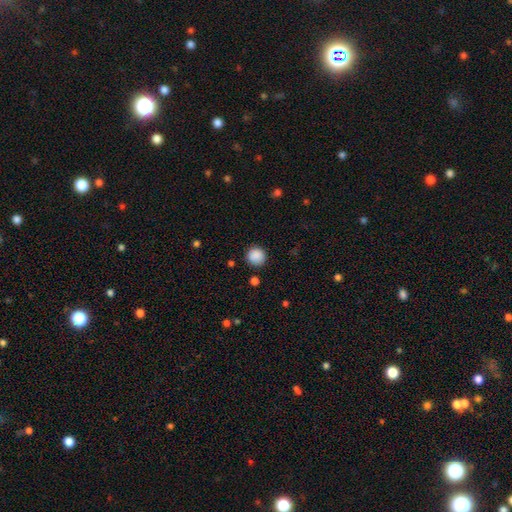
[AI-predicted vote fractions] Smooth or featured?
  - smooth: 88% *
  - star or artifact: 9%
  - featured or disk: 3%
How rounded?
  - round: 93% *
  - in between: 7%
  - cigar-shaped: 1%
Merging?
  - none: 87% *
  - minor disturbance: 9%
  - major disturbance: 3%
  - merger: 2%